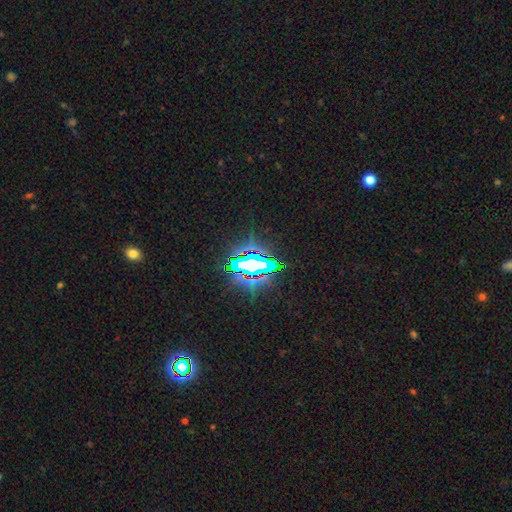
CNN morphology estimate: smooth-or-featured: star or artifact: 79% | smooth: 12% | featured or disk: 9%